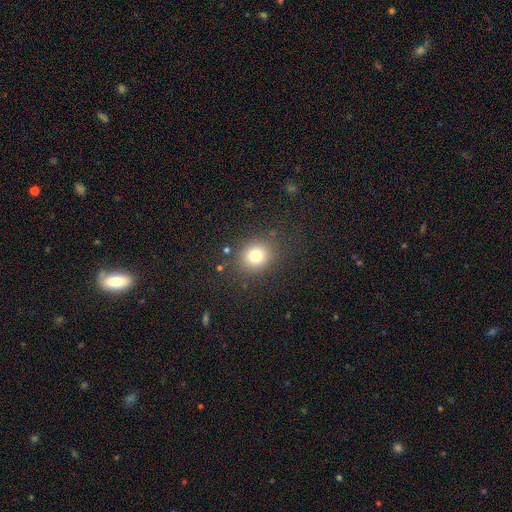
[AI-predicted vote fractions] Q: Smooth or featured?
A: smooth (77%); runner-up: star or artifact (14%)
Q: How rounded?
A: round (76%); runner-up: in between (23%)
Q: Merging?
A: none (85%); runner-up: minor disturbance (9%)